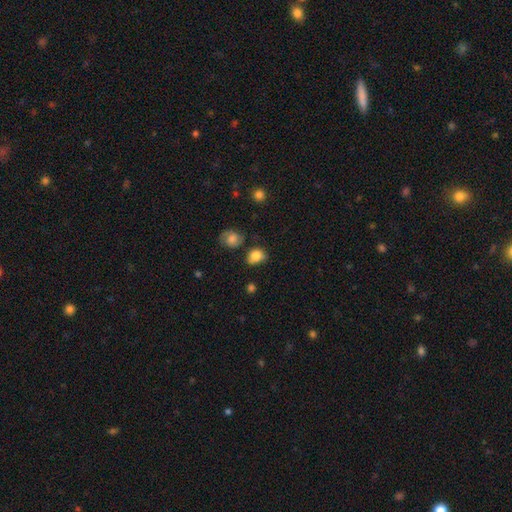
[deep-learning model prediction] smooth 82%, featured or disk 10%, star or artifact 9%. Down the decision tree: how rounded — in between (51%); merging — none (56%).